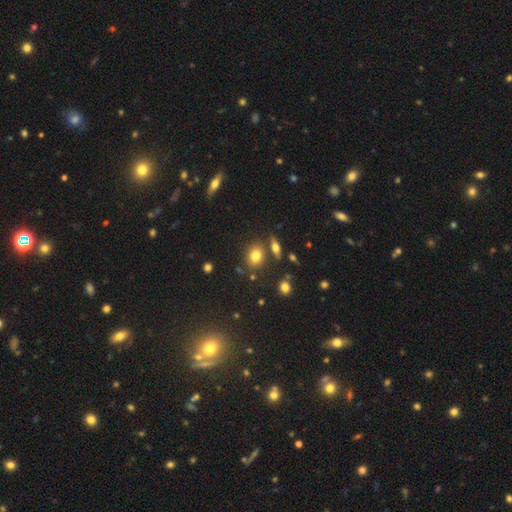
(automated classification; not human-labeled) A smooth galaxy with no disk features (77%) that is in between round and cigar-shaped (52%). Merging: none (74%).